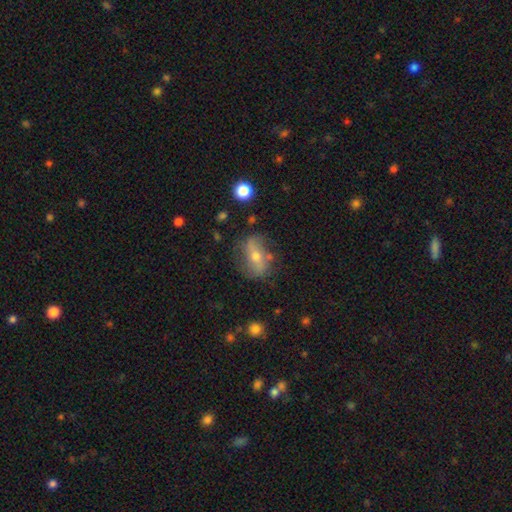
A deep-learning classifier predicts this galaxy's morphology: smooth_or_featured: featured or disk (p=0.58) [alt: smooth p=0.33]
disk_edge_on: no (p=0.82) [alt: yes p=0.18]
merging: none (p=0.70) [alt: minor disturbance p=0.19]